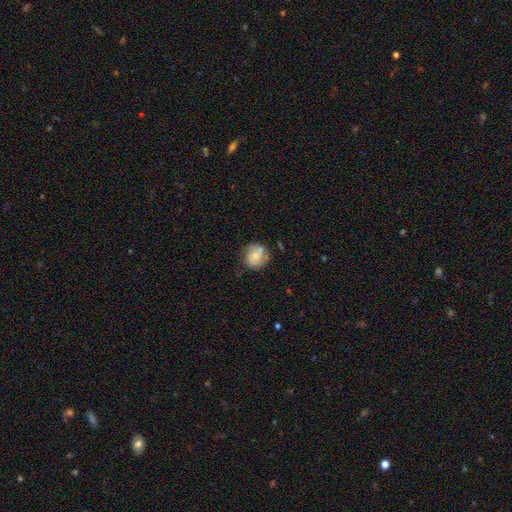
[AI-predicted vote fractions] A smooth galaxy with no disk features (58%) that is round (83%).

Vote fractions:
- Smooth or featured? smooth: 58% / featured or disk: 34% / star or artifact: 8%
- How rounded? round: 83% / in between: 16% / cigar-shaped: 1%
- Merging? none: 65% / minor disturbance: 22% / merger: 7% / major disturbance: 6%